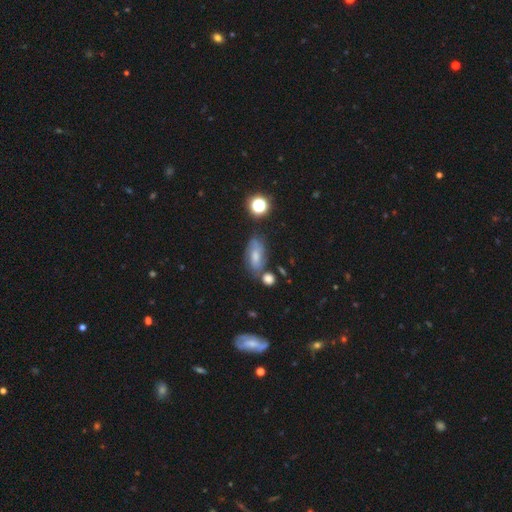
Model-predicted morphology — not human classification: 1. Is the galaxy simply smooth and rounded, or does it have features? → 48% smooth, 40% featured or disk, 12% star or artifact.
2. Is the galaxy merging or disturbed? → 57% none, 24% minor disturbance, 11% merger, 9% major disturbance.